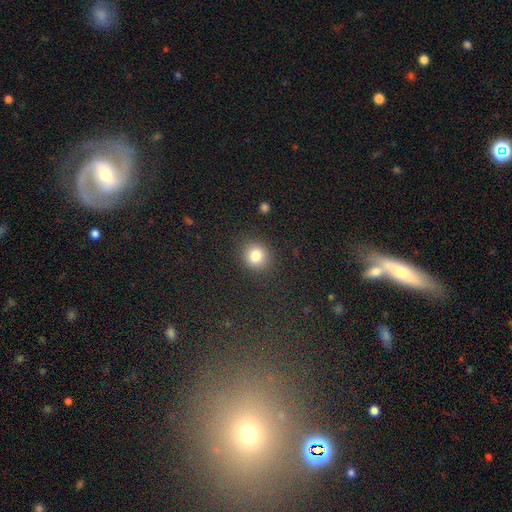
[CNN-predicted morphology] Overall: smooth (82%). How rounded: round (87%). Merging: none (89%).